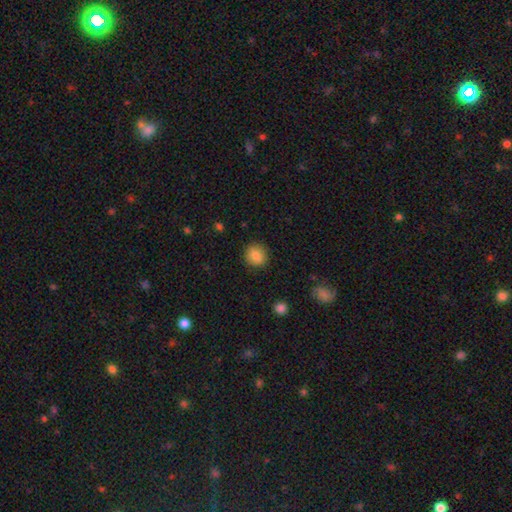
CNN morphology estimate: This is clearly a smooth galaxy (85%). How rounded: clearly round (83%). Merging: clearly none (89%).